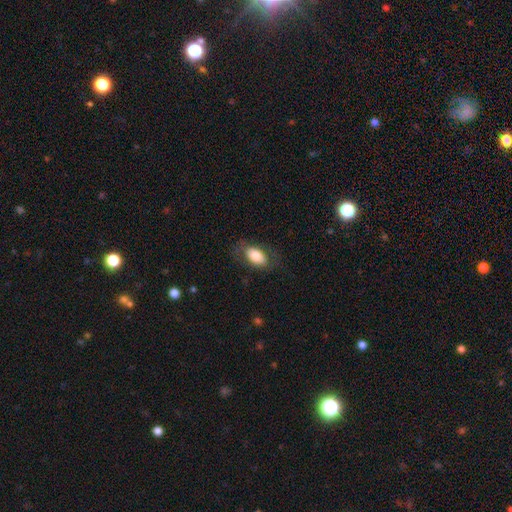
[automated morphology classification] A smooth galaxy with no disk features (73%) that is in between round and cigar-shaped (92%). Merging: none (74%).